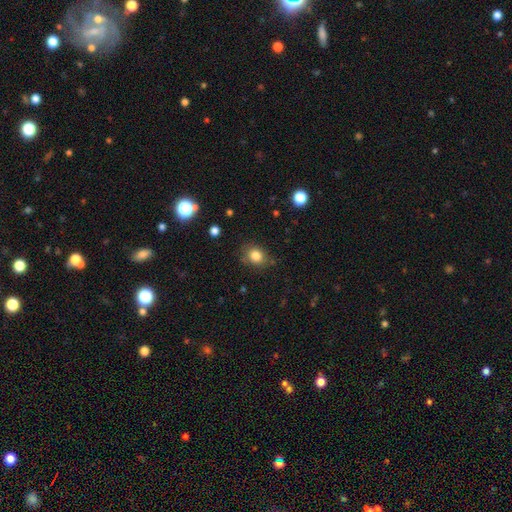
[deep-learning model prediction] Q: Smooth or featured?
A: smooth (82%); runner-up: star or artifact (11%)
Q: How rounded?
A: round (59%); runner-up: in between (40%)
Q: Merging?
A: none (78%); runner-up: minor disturbance (15%)